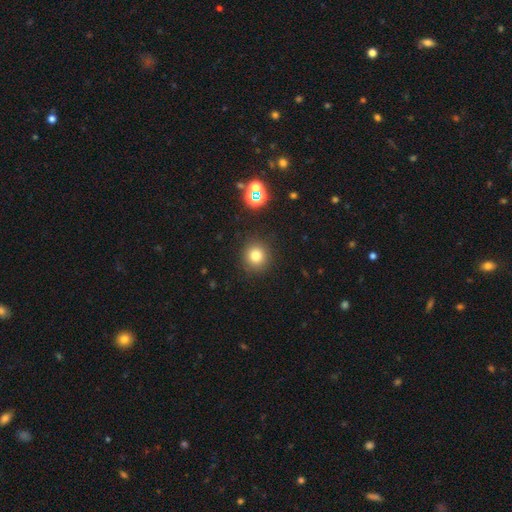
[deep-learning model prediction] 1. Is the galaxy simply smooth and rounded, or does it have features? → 78% smooth, 15% star or artifact, 7% featured or disk.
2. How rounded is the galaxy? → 92% round, 7% in between, 1% cigar-shaped.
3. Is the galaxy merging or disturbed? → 89% none, 6% minor disturbance, 3% major disturbance, 2% merger.